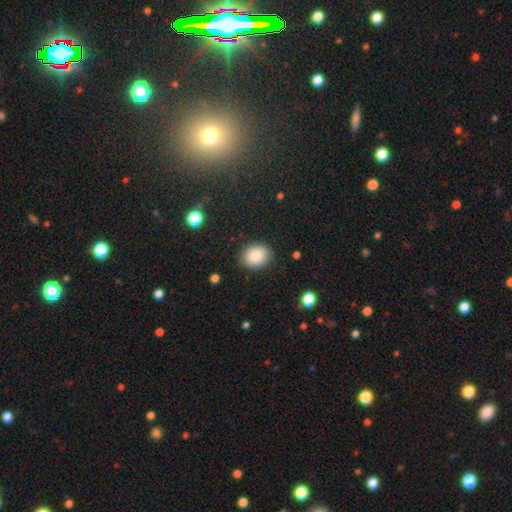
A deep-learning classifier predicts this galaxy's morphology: smooth 84%, star or artifact 9%, featured or disk 7%. Down the decision tree: how rounded — round (57%); merging — none (87%).